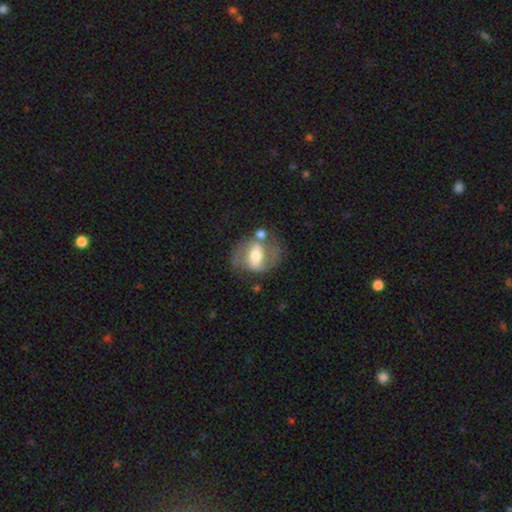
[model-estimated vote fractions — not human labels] Smooth or featured? featured or disk (59%)
Edge-on disk? no (93%)
Bar? strong (43%)
Spiral arms? yes (56%)
Bulge size? moderate (60%)
Merging? none (47%)